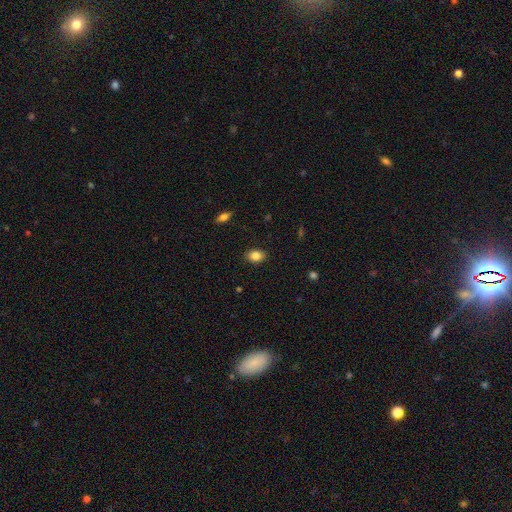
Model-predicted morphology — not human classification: smooth-or-featured: smooth: 84% | star or artifact: 9% | featured or disk: 7%
  how-rounded: in between: 76% | round: 22% | cigar-shaped: 1%
  merging: none: 88% | minor disturbance: 9% | major disturbance: 2% | merger: 1%